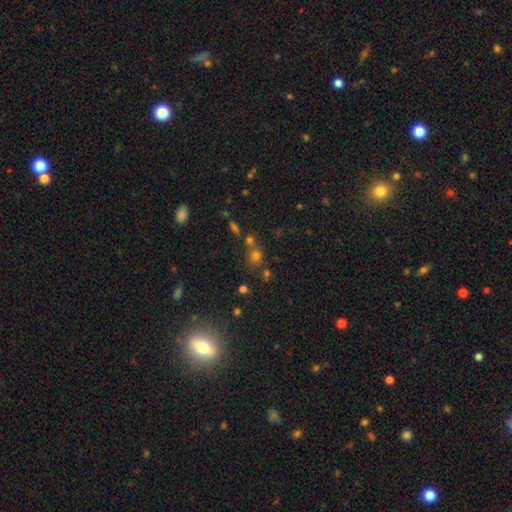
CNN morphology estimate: The model was most divided on "smooth or featured": smooth: 58%, star or artifact: 31%, featured or disk: 11%. More confident: how rounded — round (80%); merging — none (61%).